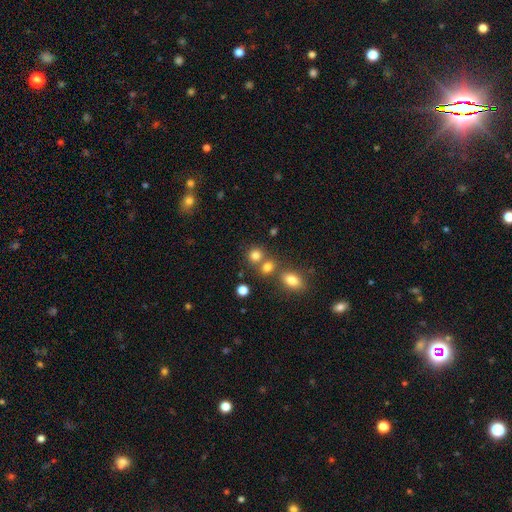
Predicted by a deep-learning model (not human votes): This appears to be a smooth galaxy with no disk features (79%) that is round (80%). Merging: none (58%).